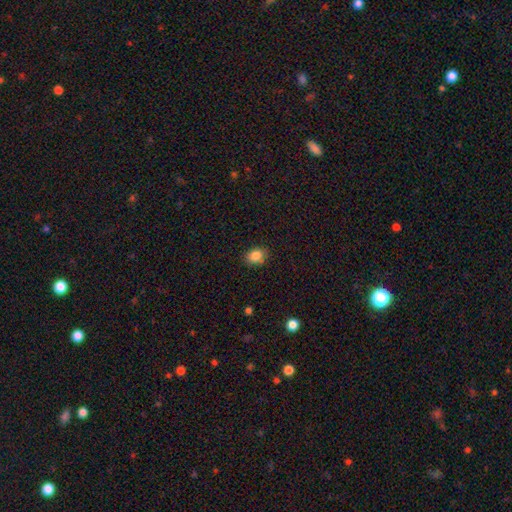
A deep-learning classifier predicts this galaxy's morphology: Overall: smooth (85%). How rounded: in between (54%; round 45%). Merging: none (81%).